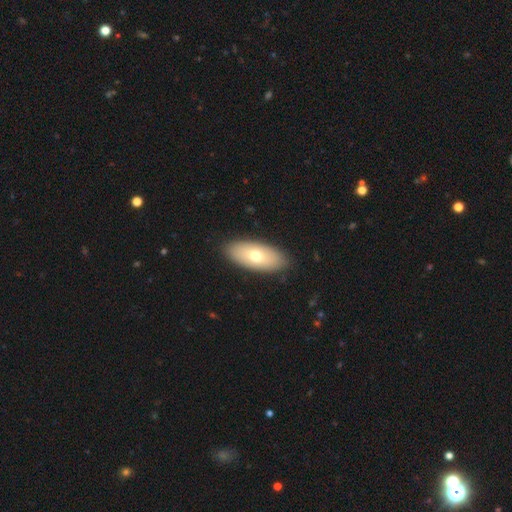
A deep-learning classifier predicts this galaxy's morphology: The model was most divided on "smooth or featured": smooth: 66%, featured or disk: 28%, star or artifact: 6%. More confident: how rounded — in between (89%); merging — none (89%).